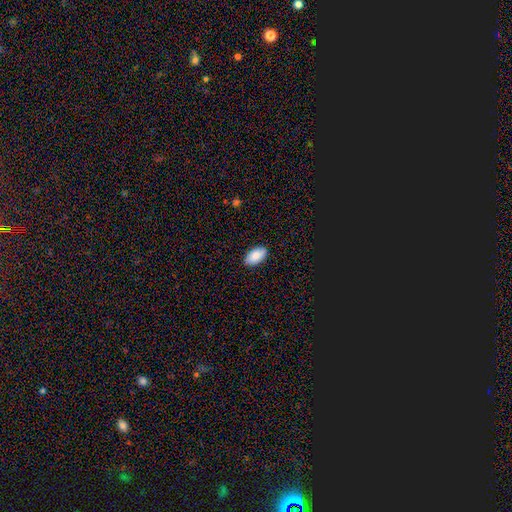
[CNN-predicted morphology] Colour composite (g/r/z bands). It shows a smooth galaxy with no disk features (88%) that is in between round and cigar-shaped (95%). Merging: none (88%).